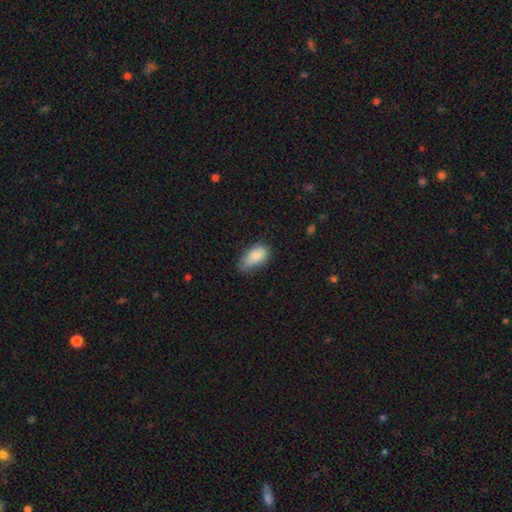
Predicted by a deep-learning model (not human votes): A smooth galaxy with no disk features (82%) that is in between round and cigar-shaped (90%).

Vote fractions:
- Smooth or featured? smooth: 82% / featured or disk: 11% / star or artifact: 7%
- How rounded? in between: 90% / cigar-shaped: 5% / round: 5%
- Merging? none: 46% / minor disturbance: 40% / major disturbance: 12% / merger: 2%